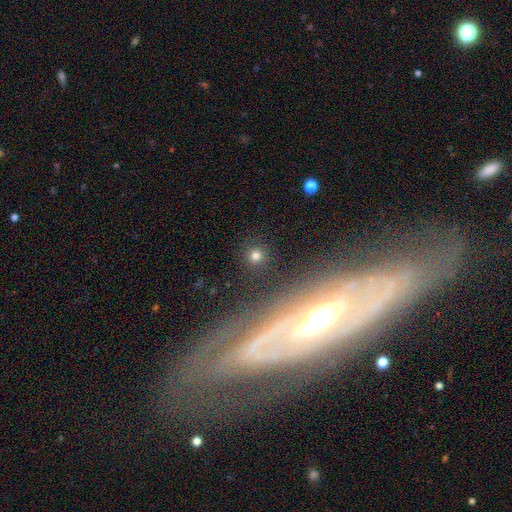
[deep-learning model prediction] This is likely a smooth galaxy (77%). How rounded: clearly round (94%). Merging: clearly none (89%).